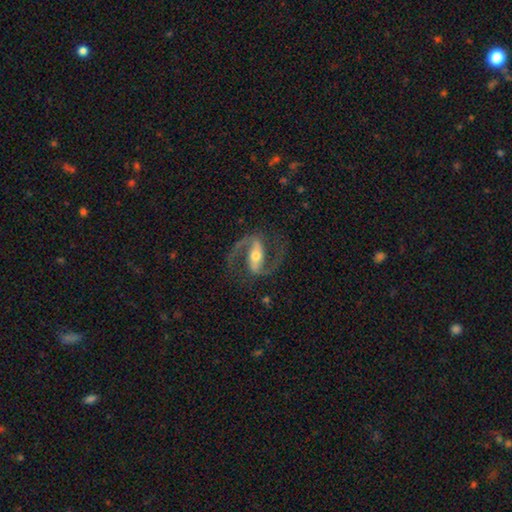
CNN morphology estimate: This is clearly a featured or disk galaxy (90%). It is clearly not viewed edge-on (96%). Bar: possibly strong (58%). Spiral arm pattern: clearly yes (97%). Spiral arm count: clearly 2 (94%). Spiral winding: likely medium (61%). Central bulge: possibly moderate (56%). Merging: clearly none (82%).